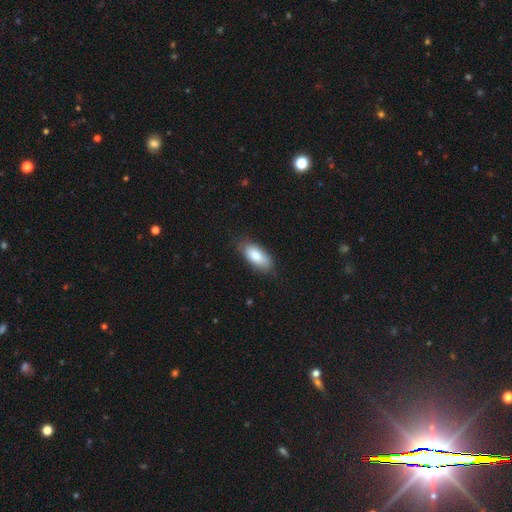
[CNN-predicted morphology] smooth_or_featured: smooth (p=0.80) [alt: featured or disk p=0.14]
how_rounded: in between (p=0.89) [alt: cigar-shaped p=0.08]
merging: none (p=0.77) [alt: minor disturbance p=0.18]